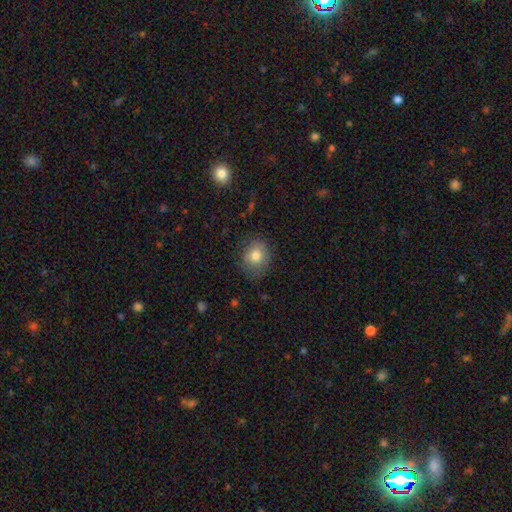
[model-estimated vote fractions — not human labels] This appears to be a smooth galaxy with no disk features (80%) that is round (61%). Merging: none (75%).